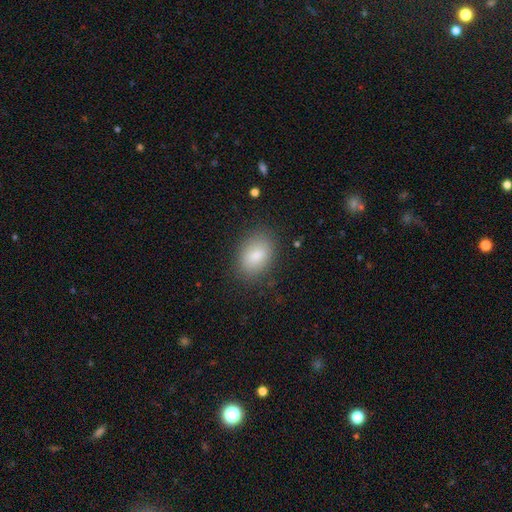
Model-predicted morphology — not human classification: This appears to be a smooth galaxy with no disk features (84%) that is in between round and cigar-shaped (84%). Merging: none (82%).